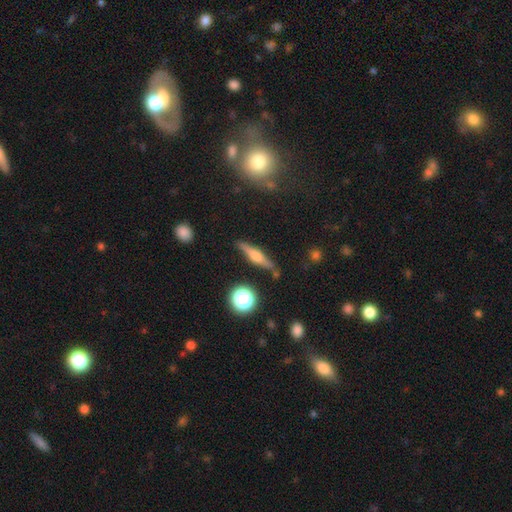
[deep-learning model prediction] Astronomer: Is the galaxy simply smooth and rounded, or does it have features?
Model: featured or disk — 63%.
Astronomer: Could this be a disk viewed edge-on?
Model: yes — 95%.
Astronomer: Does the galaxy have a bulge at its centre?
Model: rounded — 84%.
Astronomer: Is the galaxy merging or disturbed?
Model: none — 83%.